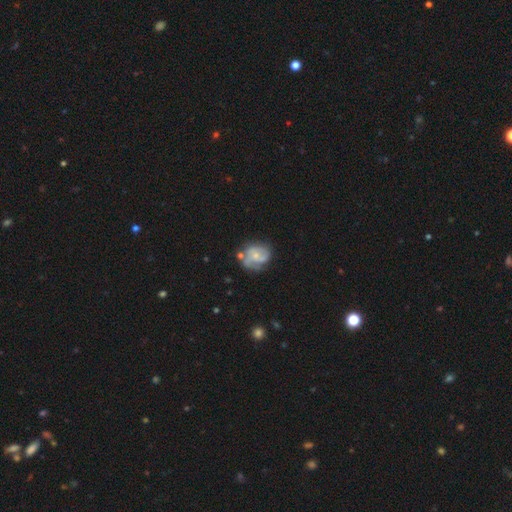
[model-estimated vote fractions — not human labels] A featured or disk galaxy (66%) with no bar (69%), spiral arms (77%) and a small central bulge (62%). Merging: none (49%).